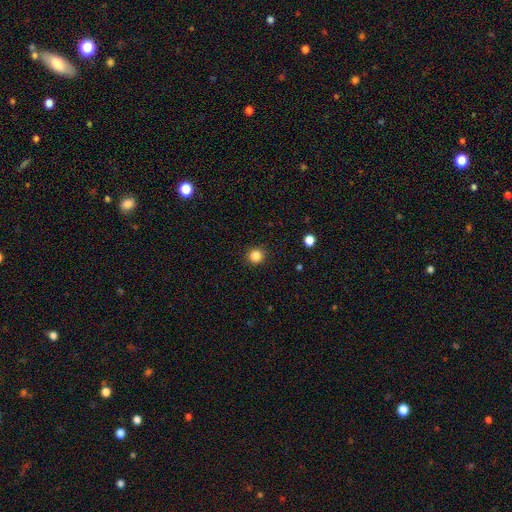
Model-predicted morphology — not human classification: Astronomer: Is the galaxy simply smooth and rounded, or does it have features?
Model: smooth — 85%.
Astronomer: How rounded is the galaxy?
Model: round — 93%.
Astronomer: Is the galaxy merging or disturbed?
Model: none — 92%.